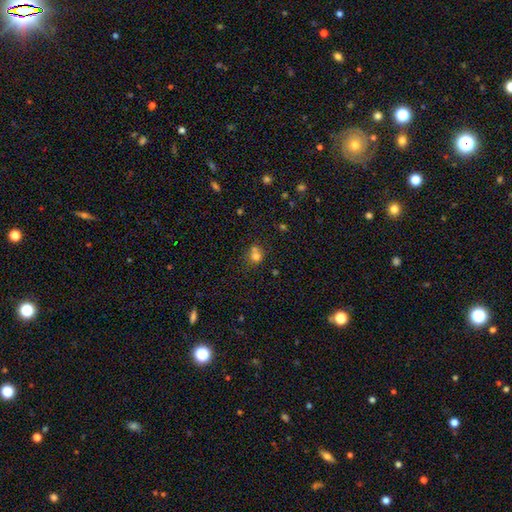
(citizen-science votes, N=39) A smooth galaxy with no disk features (85%) that is round (73%).

Vote fractions:
- Smooth or featured? smooth: 85% / featured or disk: 10% / star or artifact: 5%
- How rounded? round: 73% / in between: 27% / cigar-shaped: 0%
- Merging? none: 46% / merger: 41% / minor disturbance: 8% / major disturbance: 5%